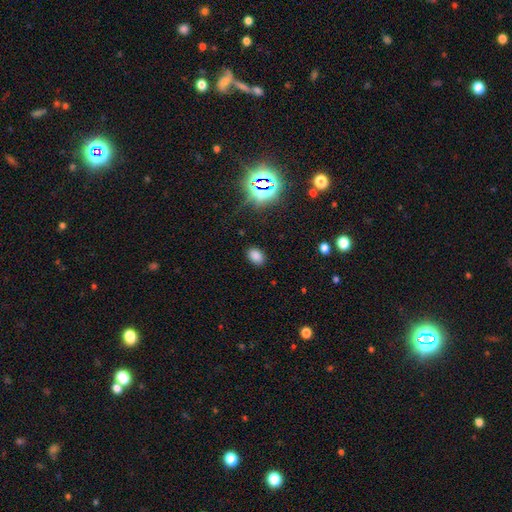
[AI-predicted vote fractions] smooth-or-featured: smooth: 77% | star or artifact: 18% | featured or disk: 5%
  how-rounded: in between: 82% | round: 17% | cigar-shaped: 1%
  merging: none: 86% | minor disturbance: 10% | major disturbance: 3% | merger: 1%